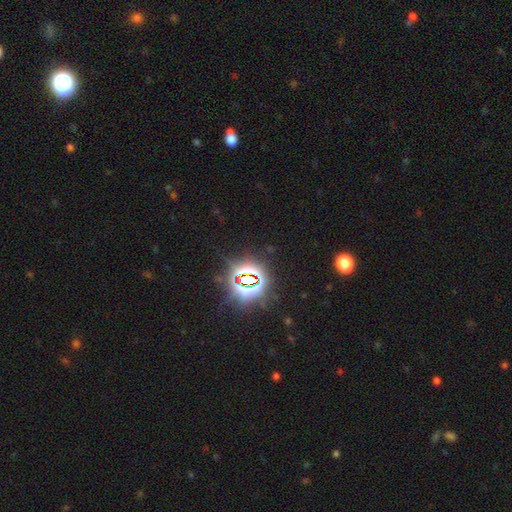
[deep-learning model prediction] A star or artifact, not a galaxy (84%).

Vote fractions:
- Smooth or featured? star or artifact: 84% / smooth: 10% / featured or disk: 5%